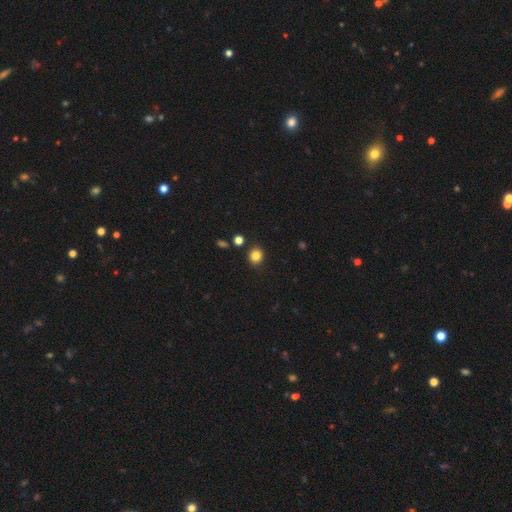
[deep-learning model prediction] A smooth galaxy with no disk features (83%) that is round (85%).

Vote fractions:
- Smooth or featured? smooth: 83% / star or artifact: 12% / featured or disk: 5%
- How rounded? round: 85% / in between: 14% / cigar-shaped: 1%
- Merging? none: 88% / minor disturbance: 7% / merger: 3% / major disturbance: 2%